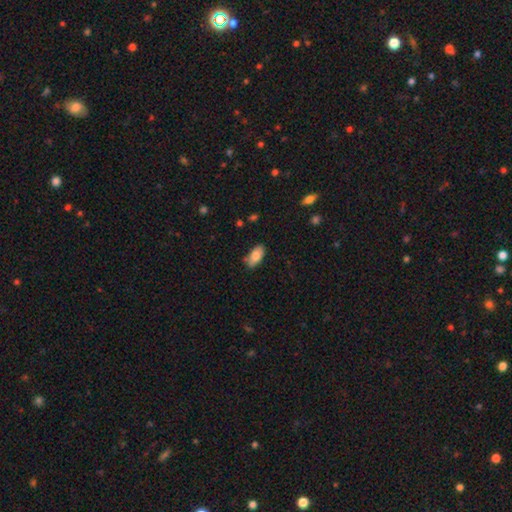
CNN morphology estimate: A smooth galaxy with no disk features (80%) that is in between round and cigar-shaped (92%).

Vote fractions:
- Smooth or featured? smooth: 80% / featured or disk: 13% / star or artifact: 7%
- How rounded? in between: 92% / cigar-shaped: 5% / round: 3%
- Merging? none: 74% / minor disturbance: 20% / major disturbance: 3% / merger: 3%